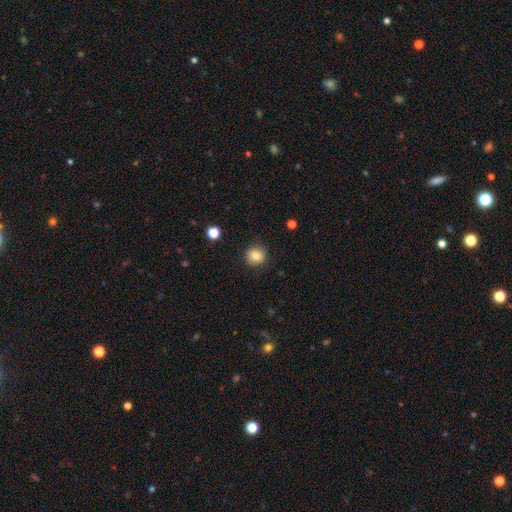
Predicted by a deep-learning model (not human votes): Smooth or featured?
  - smooth: 83% *
  - star or artifact: 10%
  - featured or disk: 7%
How rounded?
  - round: 82% *
  - in between: 17%
  - cigar-shaped: 1%
Merging?
  - none: 86% *
  - minor disturbance: 10%
  - major disturbance: 3%
  - merger: 1%